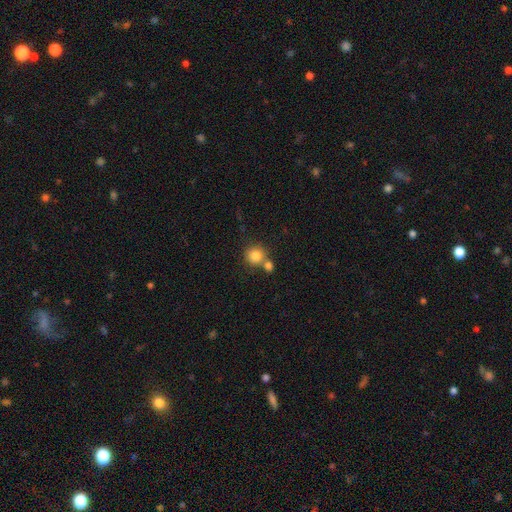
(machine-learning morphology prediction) smooth_or_featured: smooth (p=0.82) [alt: star or artifact p=0.10]
how_rounded: round (p=0.91) [alt: in between p=0.08]
merging: none (p=0.57) [alt: merger p=0.31]